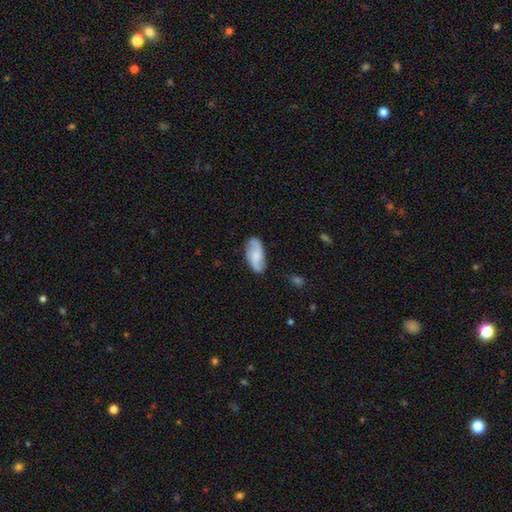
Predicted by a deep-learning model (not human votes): smooth_or_featured: featured or disk (p=0.51) [alt: smooth p=0.43]
disk_edge_on: no (p=0.93) [alt: yes p=0.07]
merging: none (p=0.79) [alt: minor disturbance p=0.15]